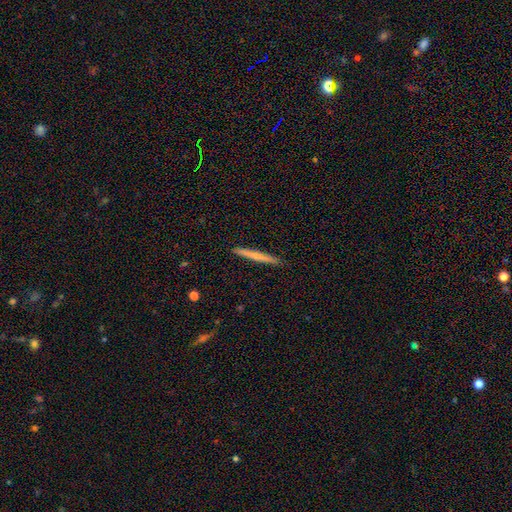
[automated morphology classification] Smooth or featured?
  - smooth: 51% *
  - featured or disk: 44%
  - star or artifact: 6%
How rounded?
  - cigar-shaped: 96% *
  - in between: 2%
  - round: 1%
Merging?
  - none: 91% *
  - minor disturbance: 6%
  - major disturbance: 1%
  - merger: 1%